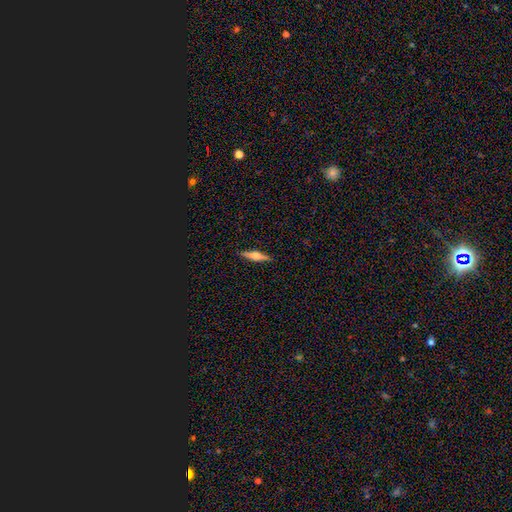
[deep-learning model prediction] Smooth or featured: featured or disk — 50% (smooth — 43%)
Edge-on disk: yes — 96% (no — 4%)
Merging: none — 88% (minor disturbance — 9%)